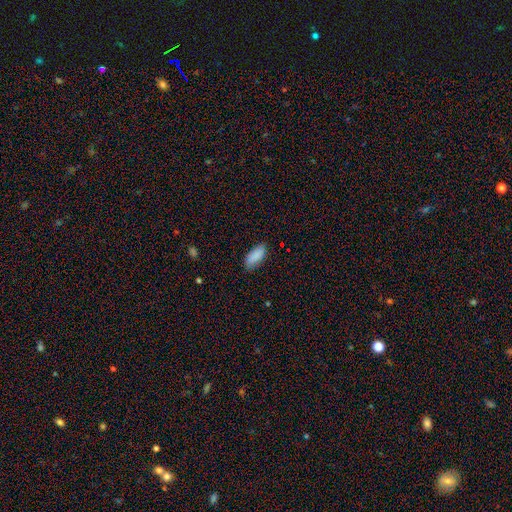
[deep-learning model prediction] A smooth galaxy with no disk features (88%) that is in between round and cigar-shaped (86%).

Vote fractions:
- Smooth or featured? smooth: 88% / star or artifact: 6% / featured or disk: 5%
- How rounded? in between: 86% / cigar-shaped: 13% / round: 2%
- Merging? none: 82% / minor disturbance: 14% / major disturbance: 3% / merger: 1%